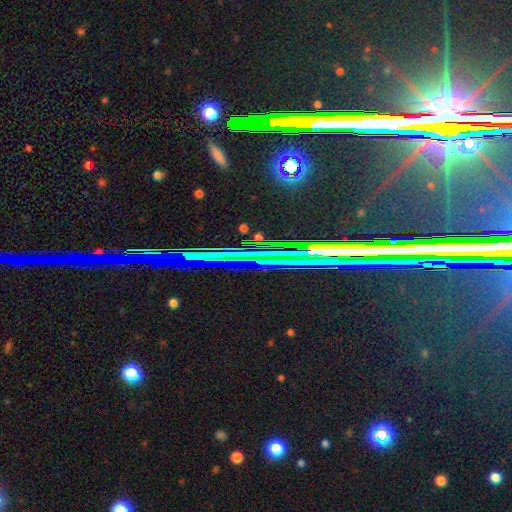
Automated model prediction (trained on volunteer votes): star or artifact 83%, featured or disk 10%, smooth 7%.